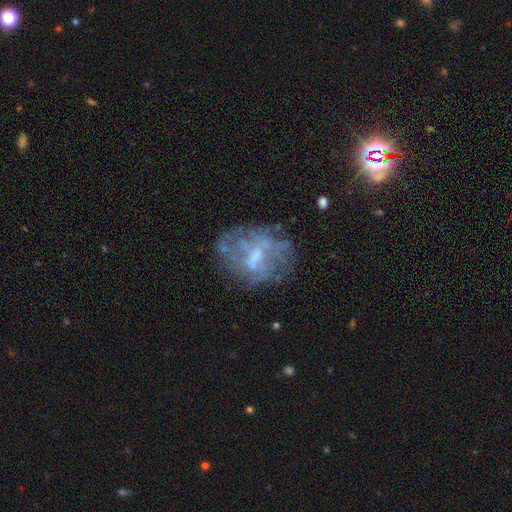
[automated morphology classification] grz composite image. It shows a featured or disk galaxy (65%) with no bar (52%), no spiral arms (73%) and a moderate central bulge (34%, tied with small). Merging: none (56%).